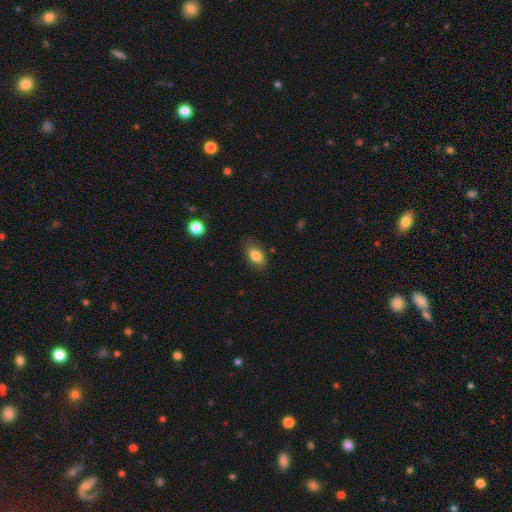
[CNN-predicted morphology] The model was most divided on "merging": none: 79%, minor disturbance: 16%, major disturbance: 4%, merger: 1%. More confident: how rounded — in between (88%); smooth or featured — smooth (84%).